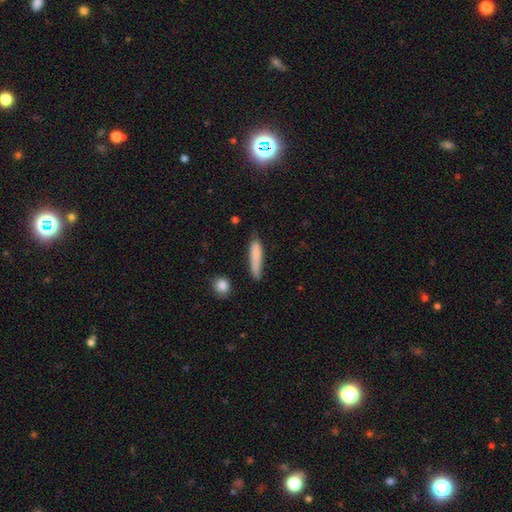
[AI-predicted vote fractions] The model was most divided on "merging": none: 67%, minor disturbance: 24%, major disturbance: 5%, merger: 3%. More confident: how rounded — cigar-shaped (84%); smooth or featured — smooth (80%).